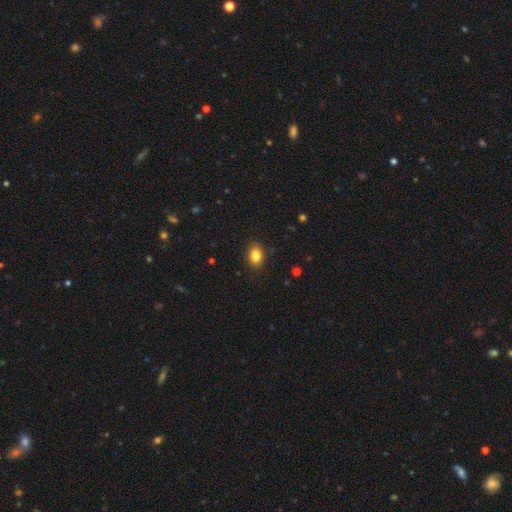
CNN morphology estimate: type=smooth (84%); roundness=in between (73%); merging=none (87%).